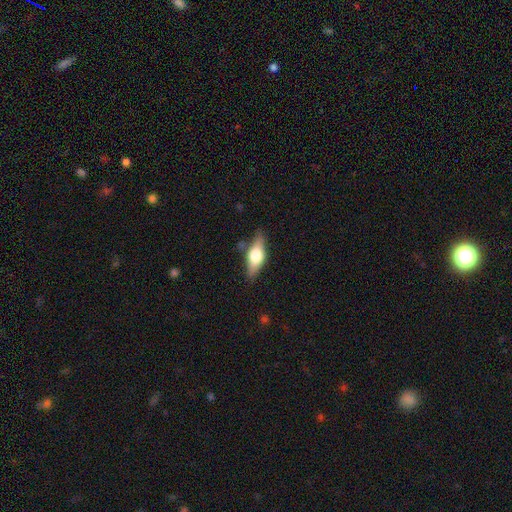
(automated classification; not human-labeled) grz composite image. It shows a smooth galaxy with no disk features (48%). Merging: none (79%).